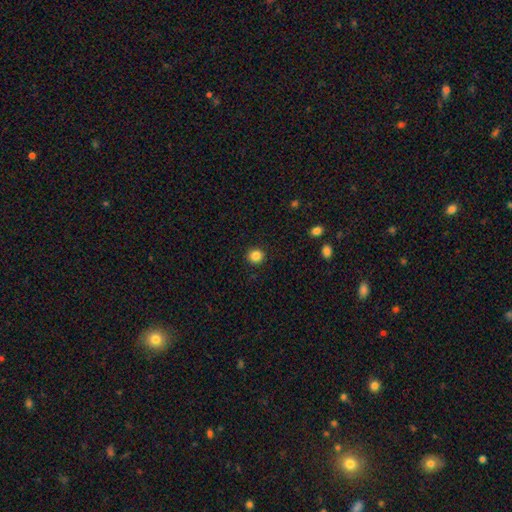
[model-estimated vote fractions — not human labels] Smooth or featured?
  - smooth: 86% *
  - star or artifact: 11%
  - featured or disk: 4%
How rounded?
  - round: 91% *
  - in between: 8%
  - cigar-shaped: 1%
Merging?
  - none: 92% *
  - minor disturbance: 5%
  - major disturbance: 2%
  - merger: 1%